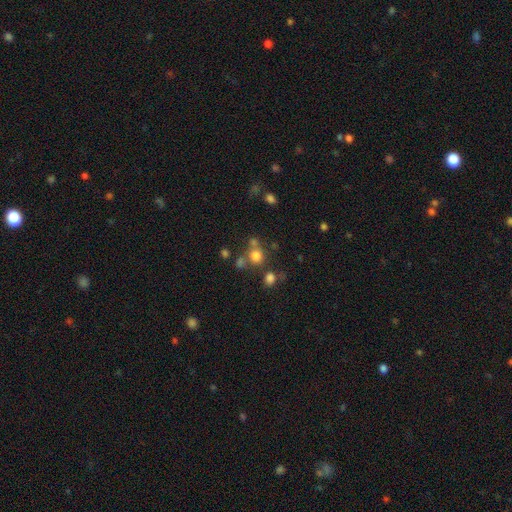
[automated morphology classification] smooth-or-featured: smooth: 73% | star or artifact: 17% | featured or disk: 10%
  how-rounded: round: 85% | in between: 14% | cigar-shaped: 1%
  merging: none: 60% | merger: 24% | minor disturbance: 10% | major disturbance: 6%